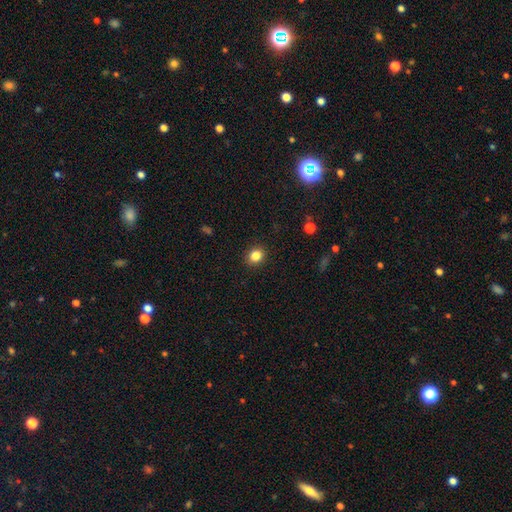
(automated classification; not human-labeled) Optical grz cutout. It shows a smooth galaxy with no disk features (84%) that is round (75%). Merging: none (91%).